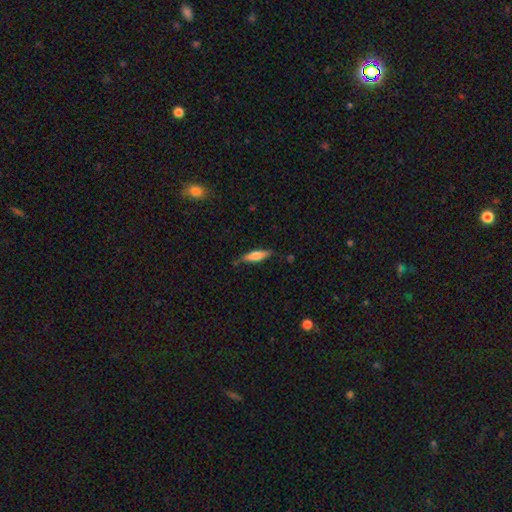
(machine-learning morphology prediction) type=smooth (60%); roundness=cigar-shaped (65%); merging=none (75%).